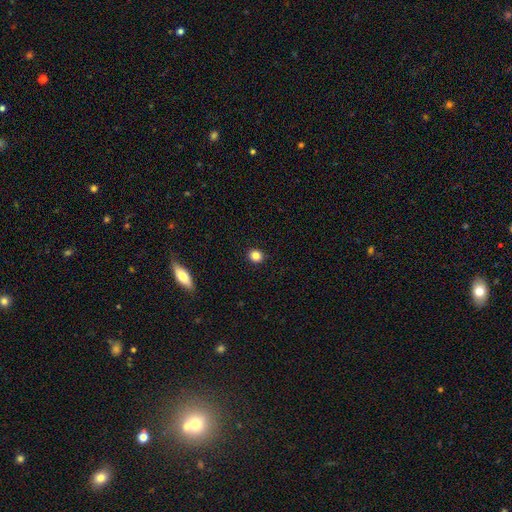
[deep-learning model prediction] Smooth or featured? smooth (85%)
How rounded? round (82%)
Merging? none (92%)